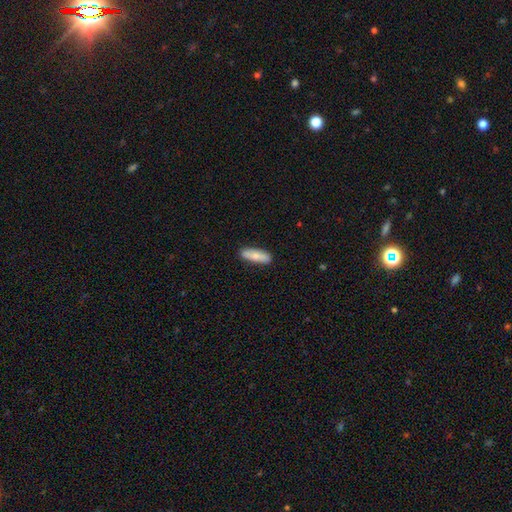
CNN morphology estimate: Smooth or featured: smooth — 72% (featured or disk — 22%)
How rounded: in between — 52% (cigar-shaped — 45%)
Merging: none — 86% (minor disturbance — 11%)